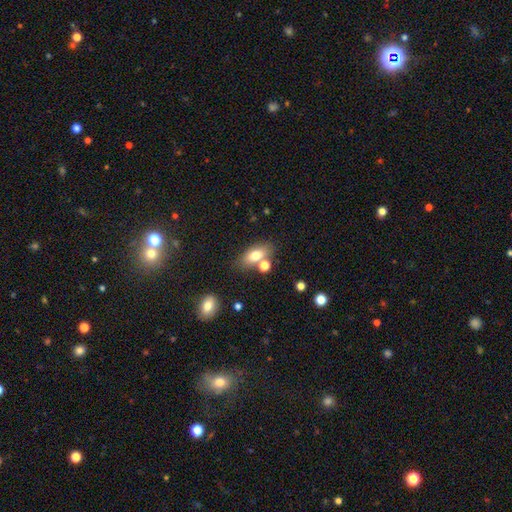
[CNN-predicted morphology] type=smooth (74%); roundness=in between (80%); merging=none (65%).